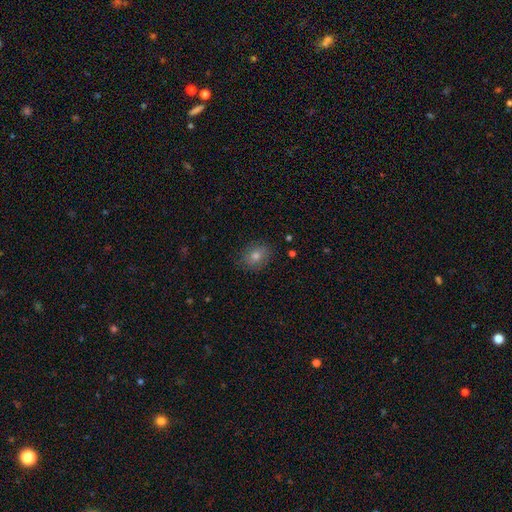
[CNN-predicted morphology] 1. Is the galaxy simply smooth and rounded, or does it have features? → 69% smooth, 16% star or artifact, 15% featured or disk.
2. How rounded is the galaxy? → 50% round, 49% in between, 1% cigar-shaped.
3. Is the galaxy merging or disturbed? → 84% none, 12% minor disturbance, 3% major disturbance, 1% merger.